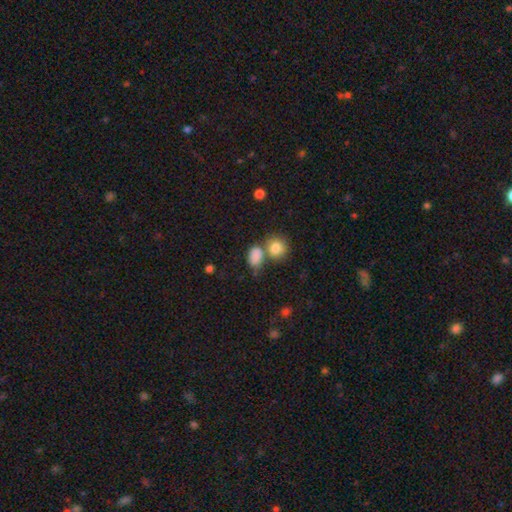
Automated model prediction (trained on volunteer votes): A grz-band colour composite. It shows a smooth galaxy with no disk features (84%) that is in between round and cigar-shaped (74%). Merging: none (43%).